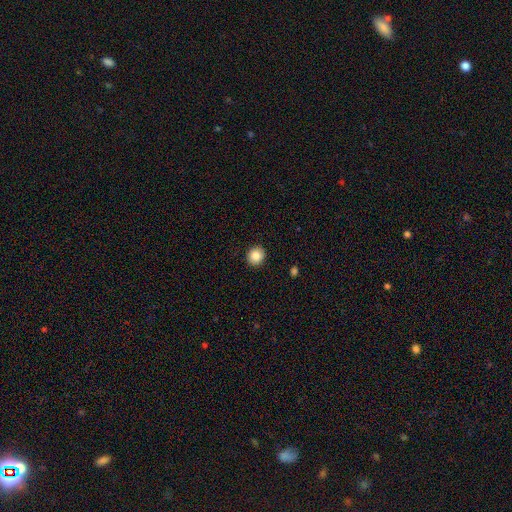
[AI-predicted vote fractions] Overall: smooth (84%). How rounded: round (86%). Merging: none (92%).